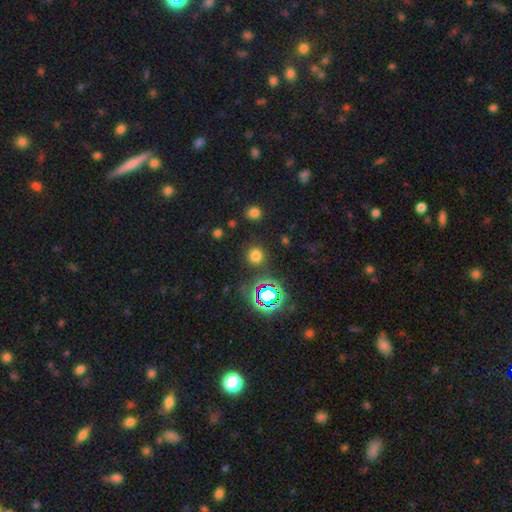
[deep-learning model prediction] A smooth galaxy with no disk features (67%) that is round (89%).

Vote fractions:
- Smooth or featured? smooth: 67% / star or artifact: 27% / featured or disk: 6%
- How rounded? round: 89% / in between: 10% / cigar-shaped: 1%
- Merging? none: 87% / minor disturbance: 7% / major disturbance: 3% / merger: 3%